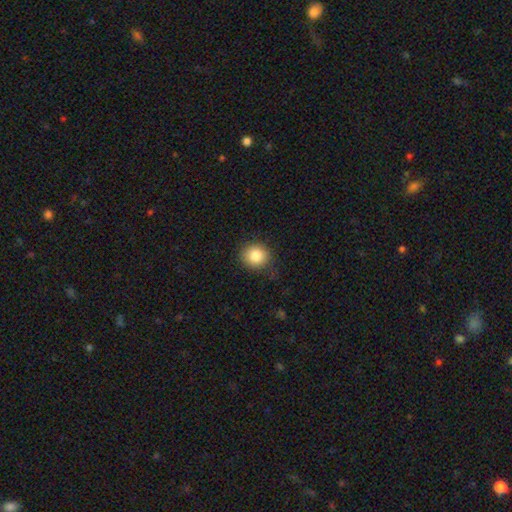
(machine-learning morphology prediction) This is clearly a smooth galaxy (83%). How rounded: clearly round (86%). Merging: clearly none (83%).